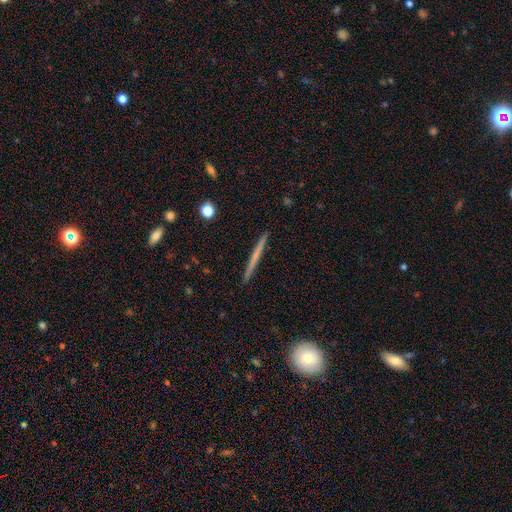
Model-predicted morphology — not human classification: smooth_or_featured: featured or disk (p=0.48) [alt: smooth p=0.46]
merging: none (p=0.92) [alt: minor disturbance p=0.05]